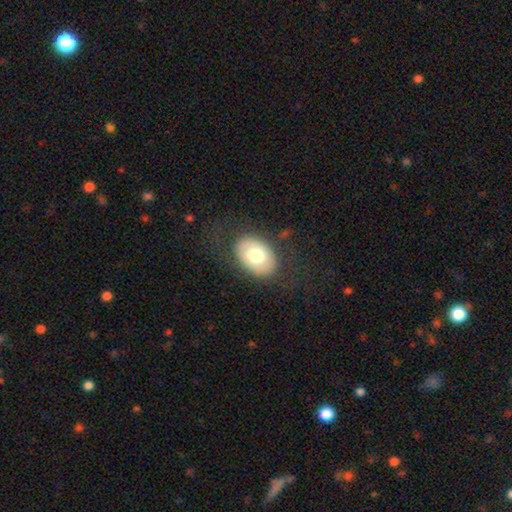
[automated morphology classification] Smooth or featured? smooth (68%)
How rounded? in between (82%)
Merging? none (76%)